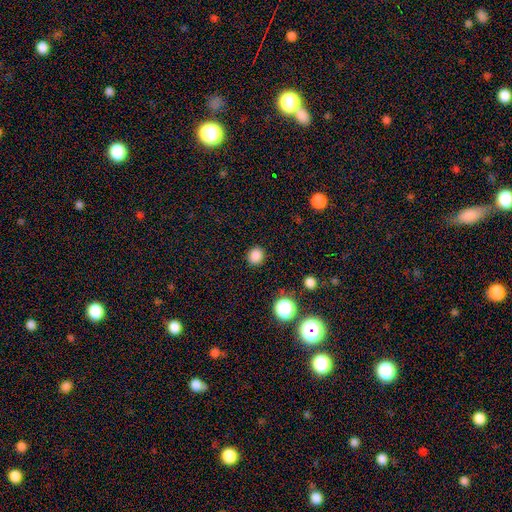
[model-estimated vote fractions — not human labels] smooth-or-featured: smooth: 85% | star or artifact: 12% | featured or disk: 3%
  how-rounded: round: 82% | in between: 17% | cigar-shaped: 1%
  merging: none: 90% | minor disturbance: 6% | major disturbance: 2% | merger: 1%